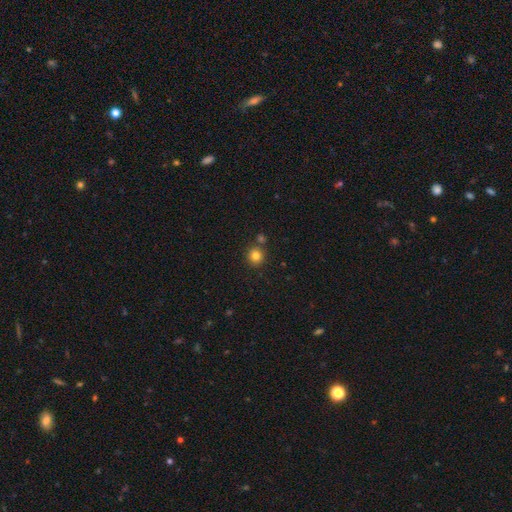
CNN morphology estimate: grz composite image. It shows a smooth galaxy with no disk features (82%) that is round (93%). Merging: none (80%).